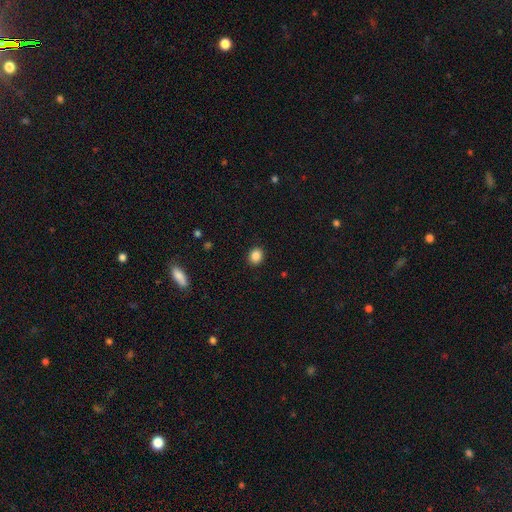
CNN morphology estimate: A smooth galaxy with no disk features (87%) that is round (65%).

Vote fractions:
- Smooth or featured? smooth: 87% / star or artifact: 10% / featured or disk: 3%
- How rounded? round: 65% / in between: 34% / cigar-shaped: 1%
- Merging? none: 91% / minor disturbance: 6% / major disturbance: 2% / merger: 1%